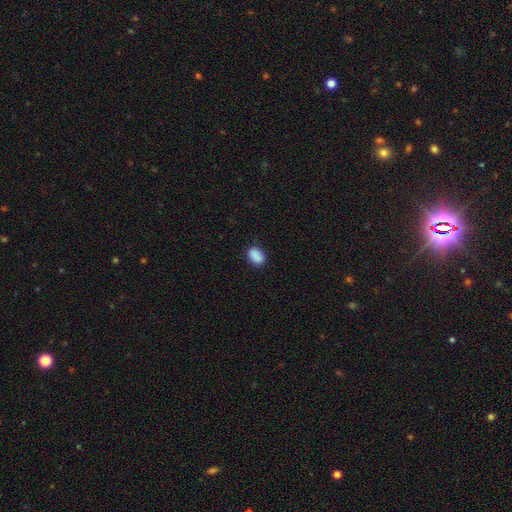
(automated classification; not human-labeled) This is clearly a smooth galaxy (89%). How rounded: clearly in between (85%). Merging: clearly none (83%).